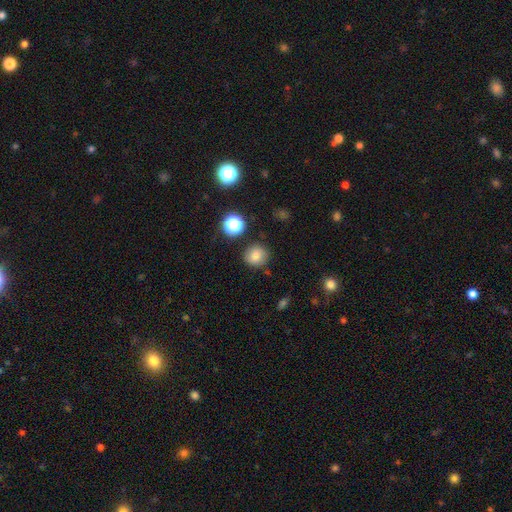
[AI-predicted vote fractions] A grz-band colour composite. It shows a smooth galaxy with no disk features (79%) that is round (85%). Merging: none (81%).